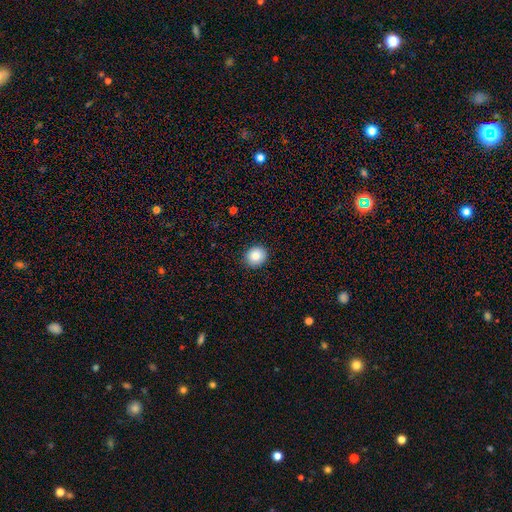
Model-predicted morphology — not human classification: This is clearly a smooth galaxy (85%). How rounded: clearly round (84%). Merging: clearly none (90%).